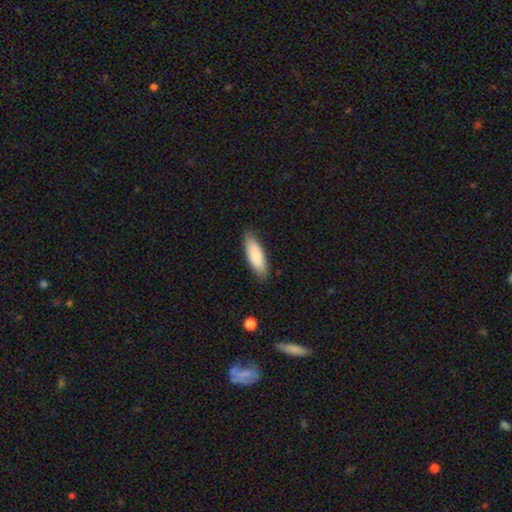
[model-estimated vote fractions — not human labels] The model was most divided on "how rounded": in between: 60%, cigar-shaped: 38%, round: 2%. More confident: merging — none (85%); smooth or featured — smooth (82%).